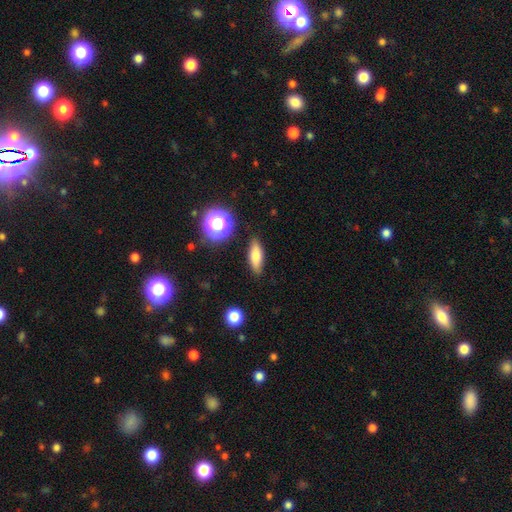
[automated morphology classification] Overall: smooth (72%). How rounded: in between (57%; cigar-shaped 37%). Merging: none (85%).